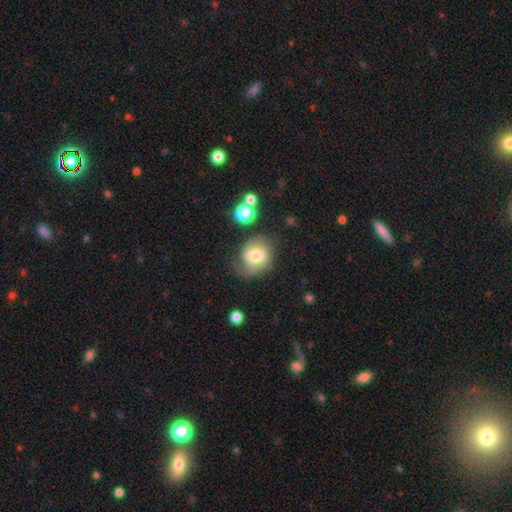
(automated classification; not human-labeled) Overall: smooth (56%; featured or disk 34%). How rounded: round (61%; in between 39%). Merging: none (56%; minor disturbance 27%).